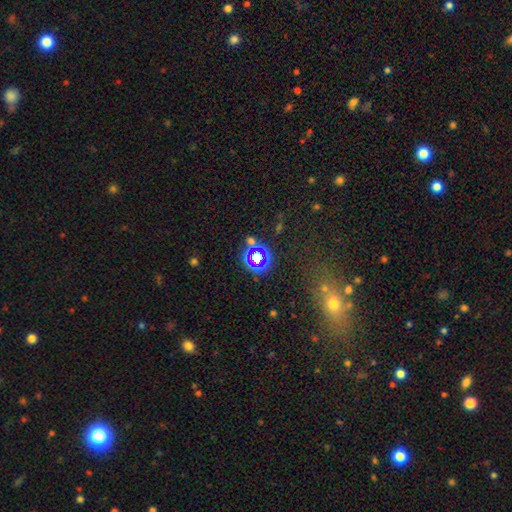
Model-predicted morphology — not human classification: The model was most divided on "smooth or featured": star or artifact: 58%, smooth: 30%, featured or disk: 12%.